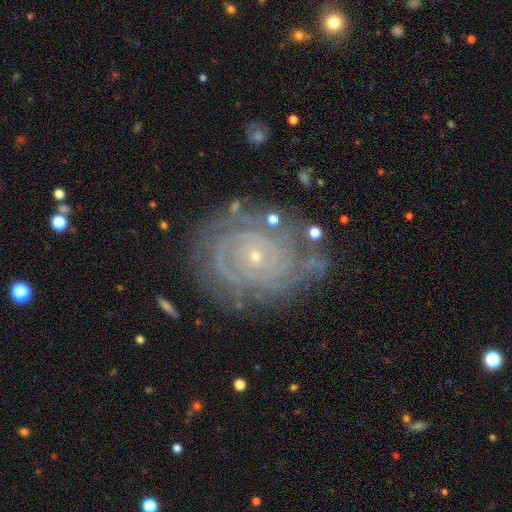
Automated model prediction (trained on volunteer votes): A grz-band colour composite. It shows a featured or disk galaxy (88%) with no bar (80%), 2 (28%) tight (84%) spiral arms (96%) and a small central bulge (81%). Merging: none (73%).